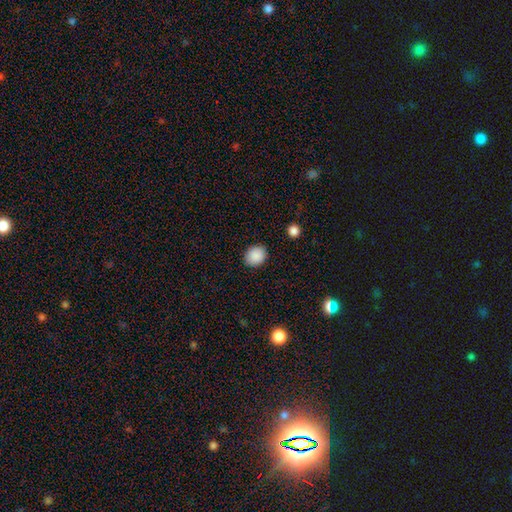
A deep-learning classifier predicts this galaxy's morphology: This is clearly a smooth galaxy (89%). How rounded: likely round (65%). Merging: clearly none (89%).